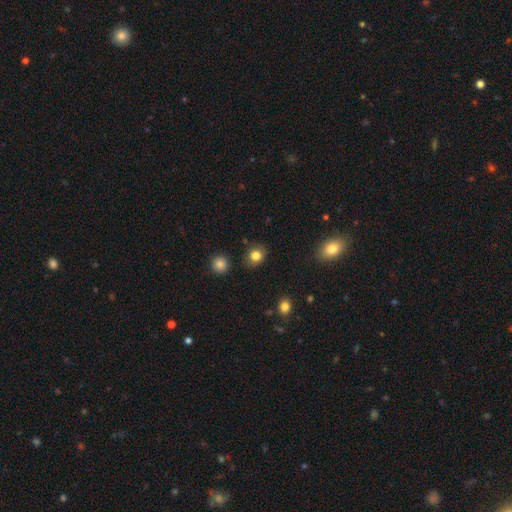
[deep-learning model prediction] Morphology: type=smooth (82%); roundness=round (68%); merging=none (86%).